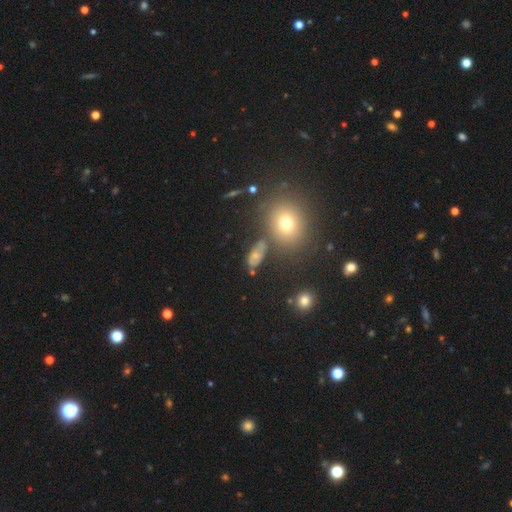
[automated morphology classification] Smooth or featured: smooth — 48% (featured or disk — 35%)
Merging: none — 63% (minor disturbance — 18%)